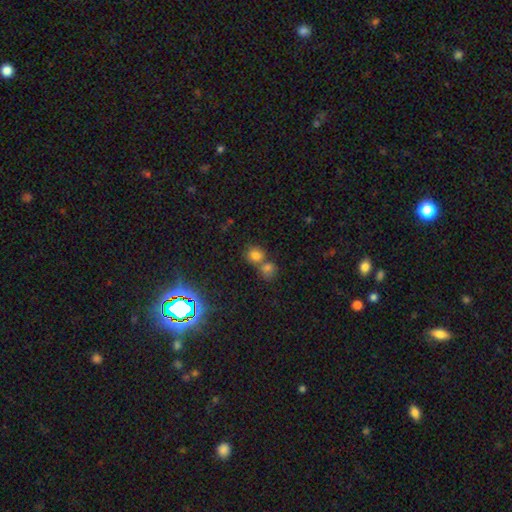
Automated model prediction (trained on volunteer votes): smooth-or-featured: smooth: 74% | star or artifact: 17% | featured or disk: 9%
  how-rounded: round: 71% | in between: 27% | cigar-shaped: 1%
  merging: merger: 46% | none: 43% | minor disturbance: 8% | major disturbance: 3%